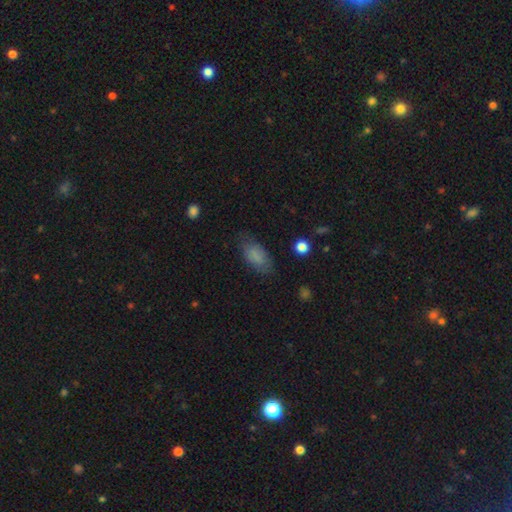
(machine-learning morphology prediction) Smooth or featured? Predicted: smooth (p=0.81). How rounded? Predicted: in between (p=0.90). Merging? Predicted: none (p=0.72).